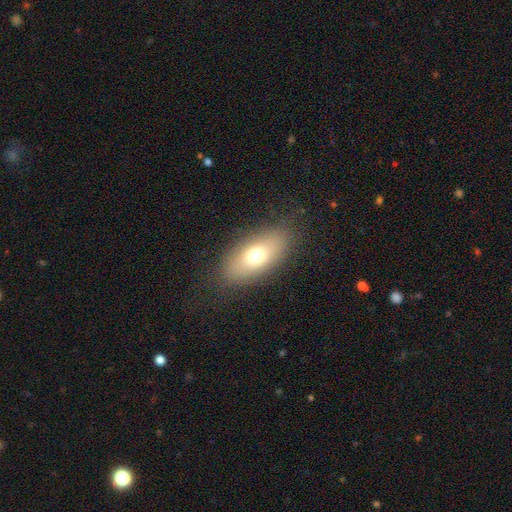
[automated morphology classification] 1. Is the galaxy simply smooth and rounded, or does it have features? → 70% smooth, 21% featured or disk, 9% star or artifact.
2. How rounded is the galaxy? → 86% in between, 9% cigar-shaped, 5% round.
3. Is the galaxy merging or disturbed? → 83% none, 12% minor disturbance, 4% major disturbance, 1% merger.